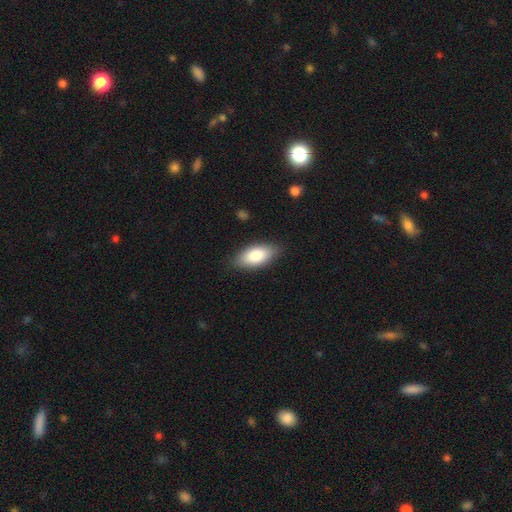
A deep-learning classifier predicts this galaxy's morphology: Smooth or featured: smooth — 82% (featured or disk — 12%)
How rounded: in between — 89% (cigar-shaped — 8%)
Merging: none — 86% (minor disturbance — 11%)